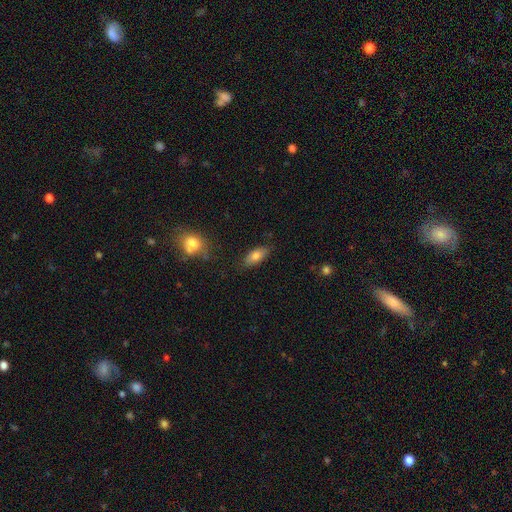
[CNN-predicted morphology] Smooth or featured?
  - smooth: 77% *
  - featured or disk: 15%
  - star or artifact: 8%
How rounded?
  - in between: 83% *
  - cigar-shaped: 14%
  - round: 3%
Merging?
  - none: 81% *
  - minor disturbance: 14%
  - major disturbance: 3%
  - merger: 2%